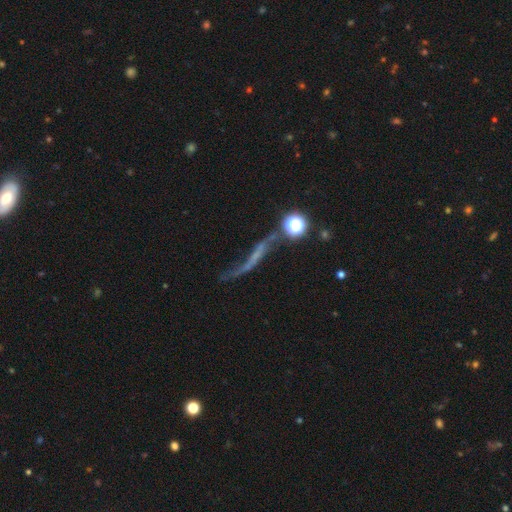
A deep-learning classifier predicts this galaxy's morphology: Smooth or featured: featured or disk — 60% (smooth — 22%)
Edge-on disk: no — 65% (yes — 35%)
Merging: none — 43% (major disturbance — 27%)